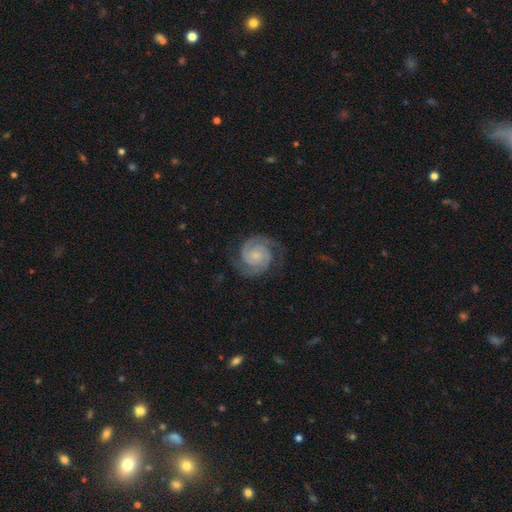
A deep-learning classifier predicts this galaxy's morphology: Smooth or featured?
  - featured or disk: 90% *
  - smooth: 5%
  - star or artifact: 5%
Edge-on disk?
  - no: 98% *
  - yes: 2%
Bar?
  - no: 69% *
  - weak: 25%
  - strong: 6%
Spiral arms?
  - yes: 99% *
  - no: 1%
Spiral winding?
  - tight: 62% *
  - medium: 33%
  - loose: 5%
Spiral arm count?
  - 2: 91% *
  - 3: 3%
  - can't tell: 2%
  - 1: 1%
  - 4: 1%
  - more than 4: 1%
Bulge size?
  - small: 59% *
  - moderate: 22%
  - none: 15%
  - large: 2%
  - dominant: 1%
Merging?
  - none: 81% *
  - minor disturbance: 12%
  - major disturbance: 6%
  - merger: 1%